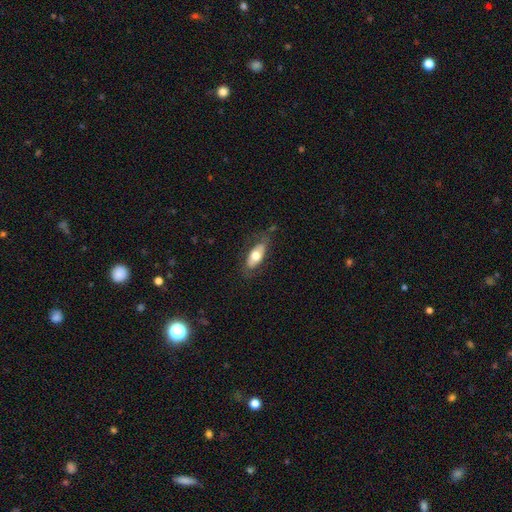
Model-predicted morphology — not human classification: smooth-or-featured: smooth: 60% | featured or disk: 34% | star or artifact: 6%
  how-rounded: in between: 82% | cigar-shaped: 15% | round: 3%
  merging: none: 73% | minor disturbance: 19% | major disturbance: 6% | merger: 2%